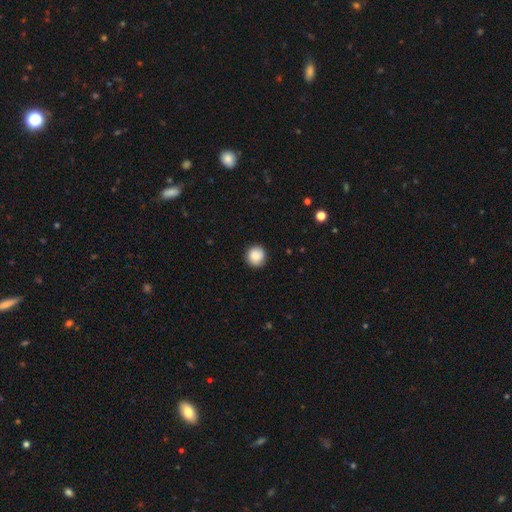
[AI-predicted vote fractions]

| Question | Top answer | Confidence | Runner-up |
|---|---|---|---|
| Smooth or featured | smooth | 86% | star or artifact (8%) |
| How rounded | round | 93% | in between (6%) |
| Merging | none | 89% | minor disturbance (8%) |